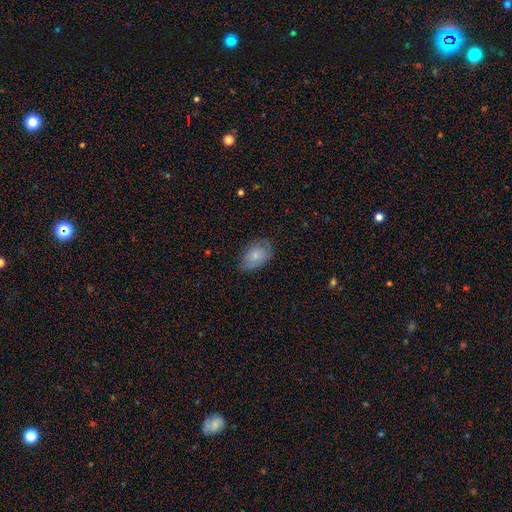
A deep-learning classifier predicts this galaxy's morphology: A smooth galaxy with no disk features (75%) that is in between round and cigar-shaped (86%).

Vote fractions:
- Smooth or featured? smooth: 75% / featured or disk: 18% / star or artifact: 7%
- How rounded? in between: 86% / round: 13% / cigar-shaped: 1%
- Merging? none: 71% / minor disturbance: 23% / major disturbance: 5% / merger: 1%